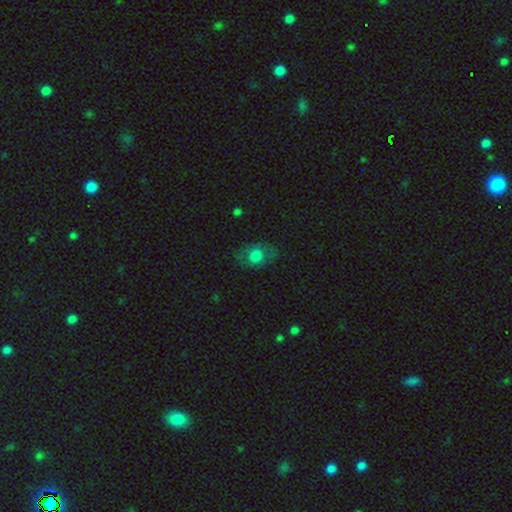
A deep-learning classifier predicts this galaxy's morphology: Smooth or featured? Predicted: smooth (p=0.64). How rounded? Predicted: in between (p=0.56). Merging? Predicted: none (p=0.71).